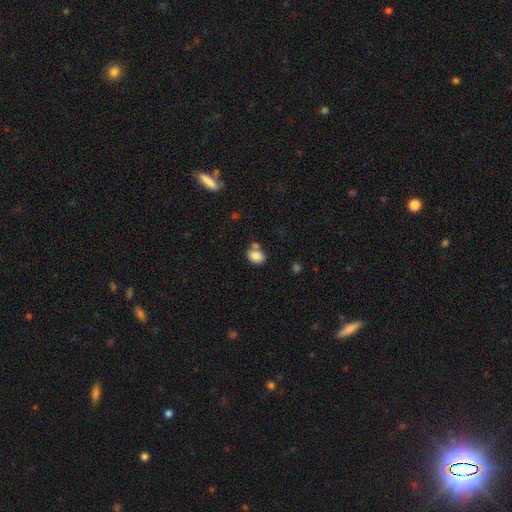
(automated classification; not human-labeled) smooth-or-featured: smooth: 84% | star or artifact: 9% | featured or disk: 7%
  how-rounded: in between: 72% | round: 27% | cigar-shaped: 1%
  merging: none: 58% | merger: 23% | minor disturbance: 14% | major disturbance: 4%